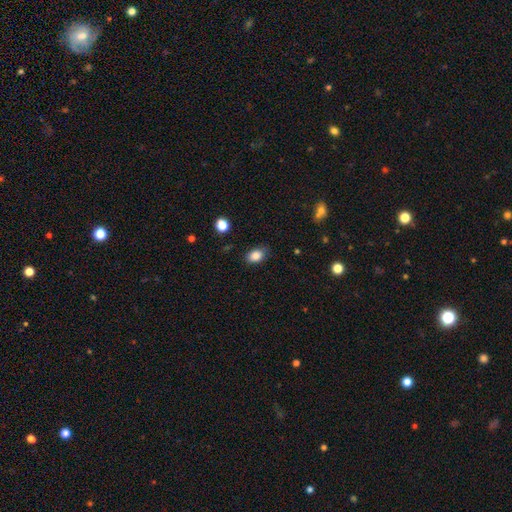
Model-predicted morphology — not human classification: Smooth or featured: smooth — 84% (star or artifact — 9%)
How rounded: in between — 81% (round — 18%)
Merging: none — 83% (minor disturbance — 13%)